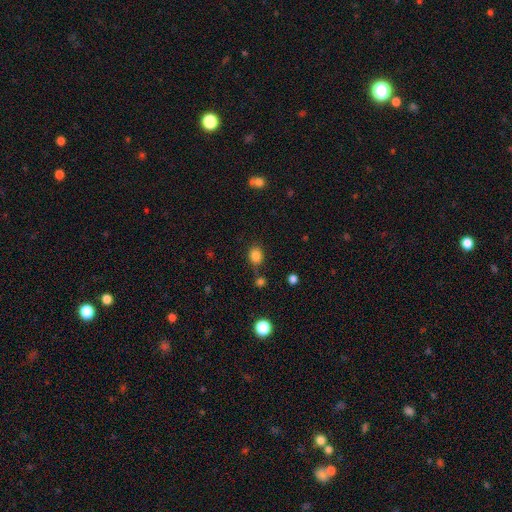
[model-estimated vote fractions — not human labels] The model was most divided on "how rounded": round: 54%, in between: 45%, cigar-shaped: 1%. More confident: smooth or featured — smooth (84%); merging — none (72%).